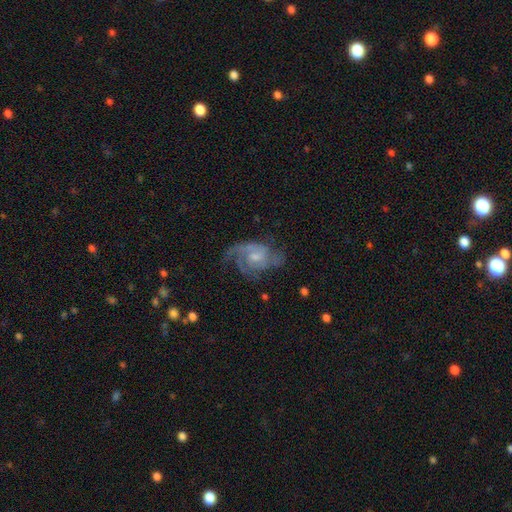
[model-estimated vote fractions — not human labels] Smooth or featured: featured or disk — 81% (smooth — 12%)
Edge-on disk: no — 97% (yes — 3%)
Bar: no — 53% (weak — 40%)
Spiral arms: yes — 92% (no — 8%)
Spiral winding: medium — 48% (tight — 27%)
Spiral arm count: 2 — 38% (3 — 22%)
Bulge size: small — 44% (moderate — 41%)
Merging: none — 50% (major disturbance — 26%)